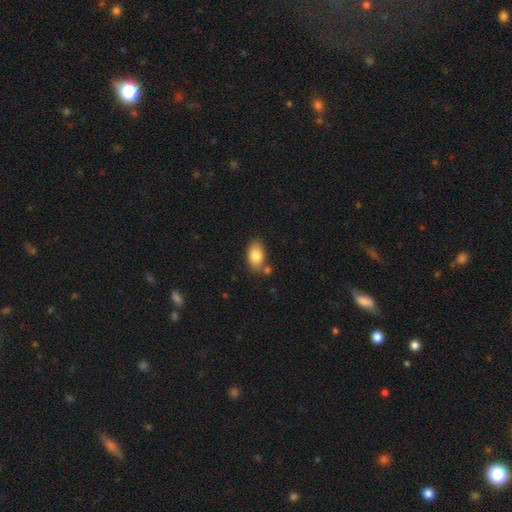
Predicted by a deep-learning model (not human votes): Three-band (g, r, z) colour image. It shows a smooth galaxy with no disk features (83%) that is in between round and cigar-shaped (89%). Merging: none (70%).